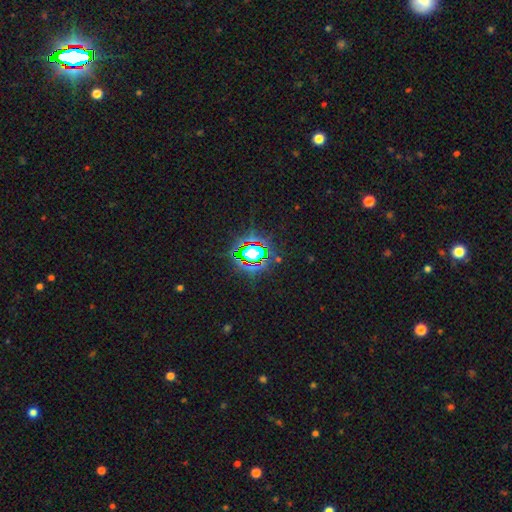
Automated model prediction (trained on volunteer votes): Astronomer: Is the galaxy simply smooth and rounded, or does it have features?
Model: star or artifact — 71%.